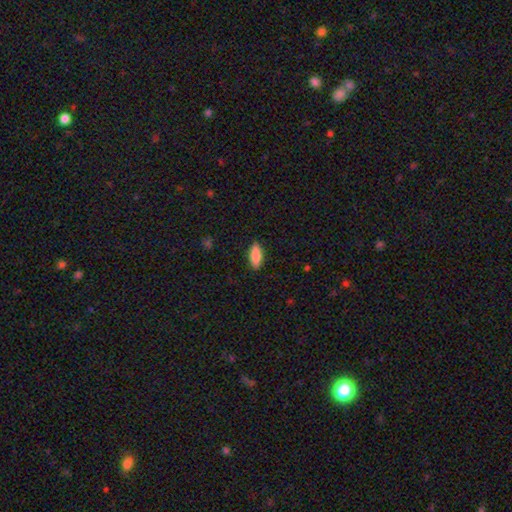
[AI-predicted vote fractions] Smooth or featured?
  - smooth: 84% *
  - featured or disk: 10%
  - star or artifact: 6%
How rounded?
  - in between: 72% *
  - cigar-shaped: 26%
  - round: 2%
Merging?
  - none: 88% *
  - minor disturbance: 9%
  - major disturbance: 2%
  - merger: 1%